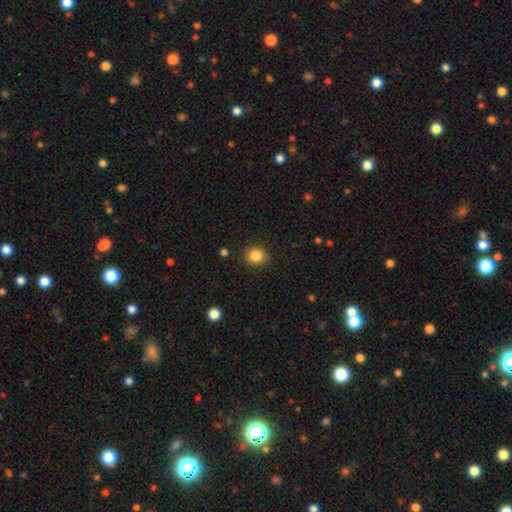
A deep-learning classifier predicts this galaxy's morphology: Q: Smooth or featured?
A: smooth (85%); runner-up: star or artifact (10%)
Q: How rounded?
A: round (82%); runner-up: in between (17%)
Q: Merging?
A: none (90%); runner-up: minor disturbance (7%)